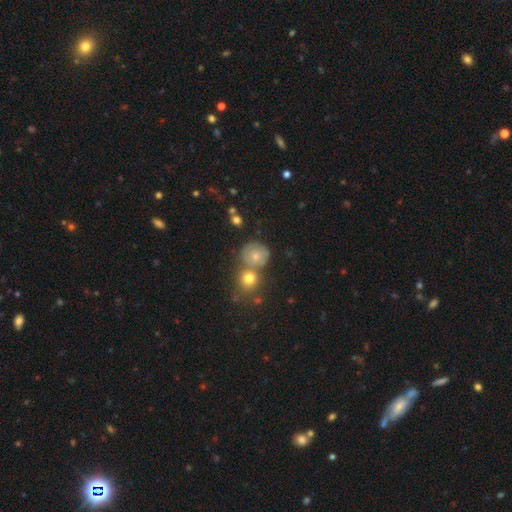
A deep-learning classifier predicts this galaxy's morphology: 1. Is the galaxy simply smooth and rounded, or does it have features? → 54% smooth, 34% featured or disk, 12% star or artifact.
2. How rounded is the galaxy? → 84% round, 15% in between, 1% cigar-shaped.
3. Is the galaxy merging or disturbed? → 56% none, 24% merger, 15% minor disturbance, 5% major disturbance.